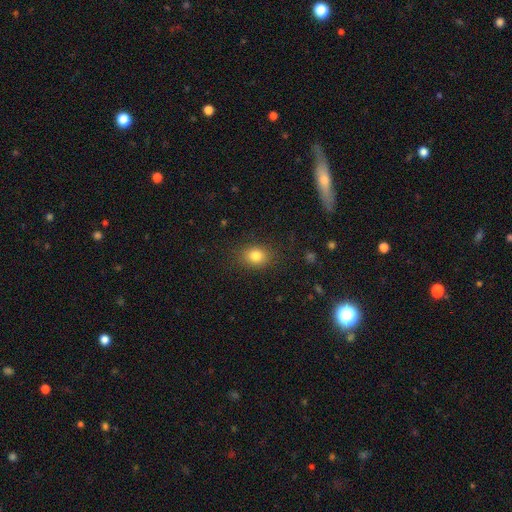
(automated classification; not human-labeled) Smooth or featured? smooth (81%)
How rounded? round (50%)
Merging? none (85%)